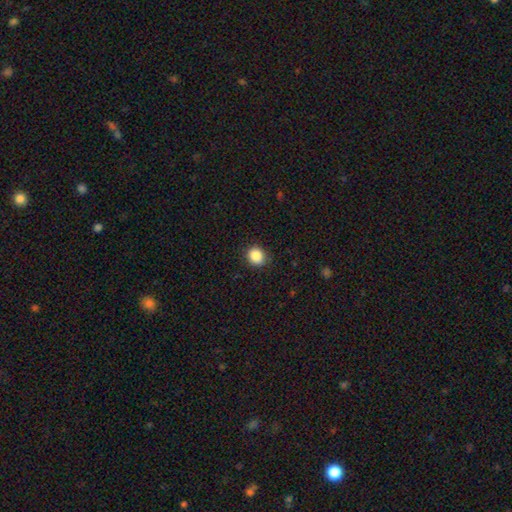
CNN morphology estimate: Smooth or featured? smooth (87%)
How rounded? round (77%)
Merging? none (89%)